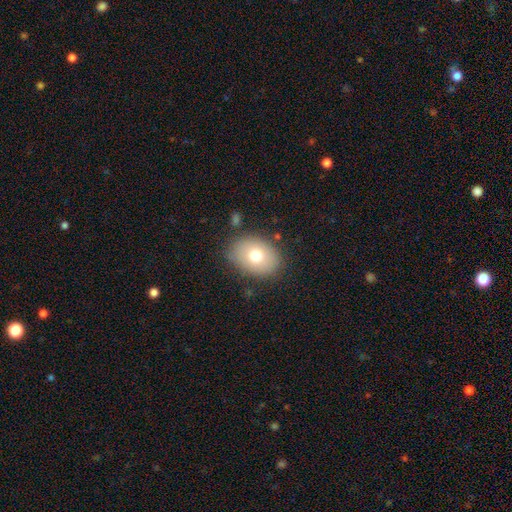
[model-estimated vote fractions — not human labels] Smooth or featured? Predicted: smooth (p=0.73). How rounded? Predicted: in between (p=0.71). Merging? Predicted: none (p=0.82).